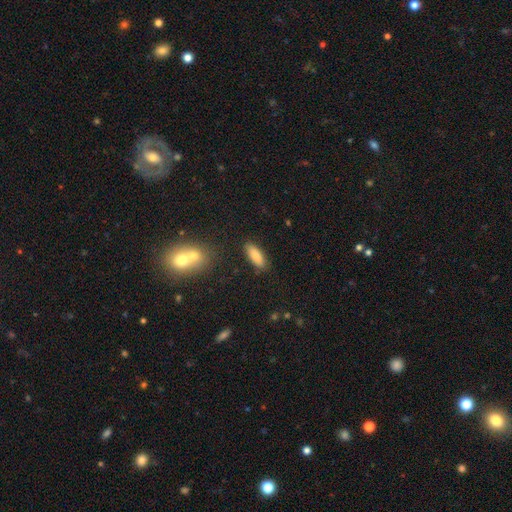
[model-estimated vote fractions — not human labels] Overall: smooth (84%). How rounded: in between (69%). Merging: none (86%).